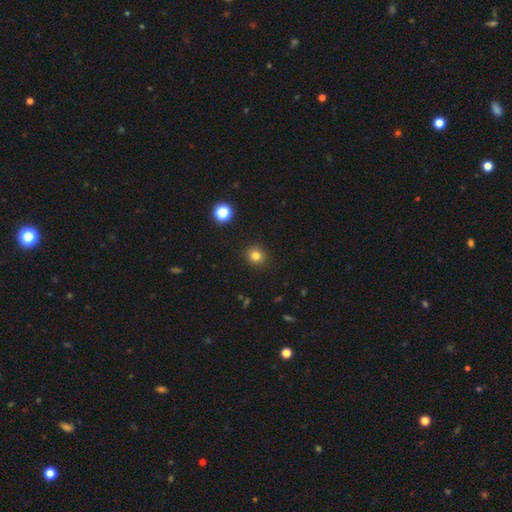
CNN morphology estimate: smooth-or-featured: smooth: 80% | star or artifact: 14% | featured or disk: 6%
  how-rounded: round: 88% | in between: 11% | cigar-shaped: 1%
  merging: none: 91% | minor disturbance: 6% | major disturbance: 2% | merger: 1%